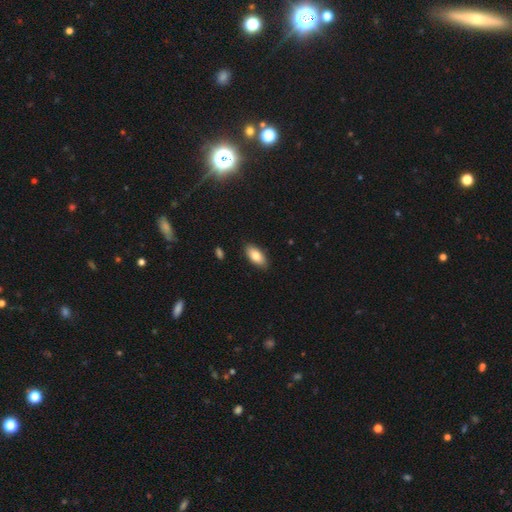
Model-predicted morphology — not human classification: type=smooth (82%); roundness=in between (91%); merging=none (87%).